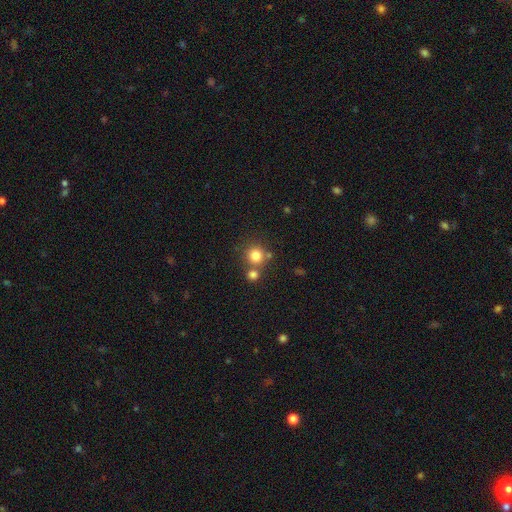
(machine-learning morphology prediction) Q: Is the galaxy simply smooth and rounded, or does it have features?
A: smooth — 80%.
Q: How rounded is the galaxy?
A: round — 91%.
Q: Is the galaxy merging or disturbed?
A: none — 65%.